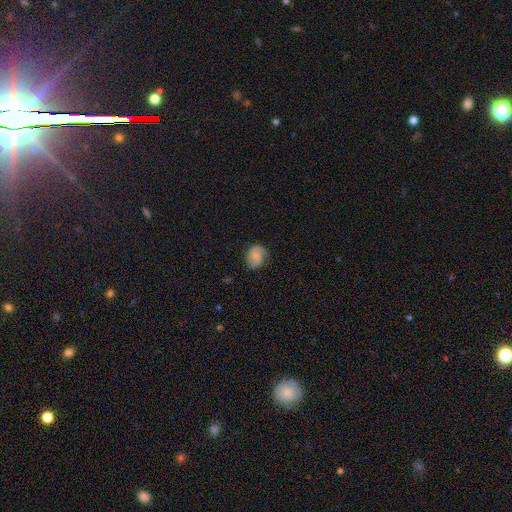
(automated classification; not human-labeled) featured or disk 60%, smooth 33%, star or artifact 8%. Down the decision tree: edge-on disk — no (98%); bar — no (62%); spiral arms — yes (93%); spiral arm count — 2 (74%); spiral winding — medium (44%); bulge size — small (52%); merging — none (70%).